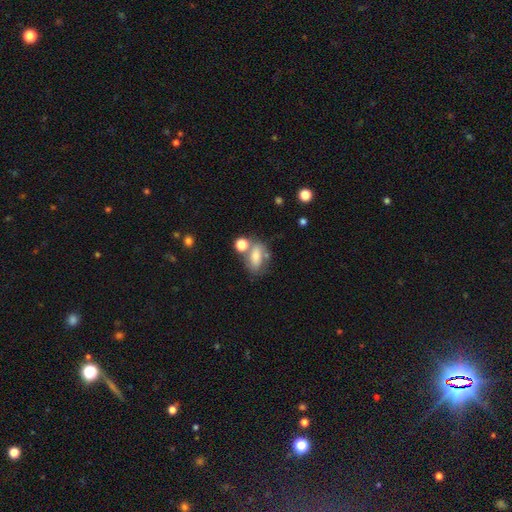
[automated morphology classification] A smooth galaxy with no disk features (66%) that is in between round and cigar-shaped (78%). Merging: none (43%).